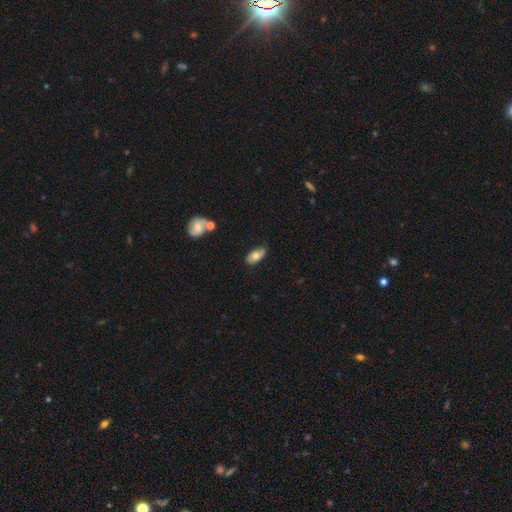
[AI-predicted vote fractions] A smooth galaxy with no disk features (63%) that is in between round and cigar-shaped (91%).

Vote fractions:
- Smooth or featured? smooth: 63% / featured or disk: 30% / star or artifact: 7%
- How rounded? in between: 91% / round: 5% / cigar-shaped: 4%
- Merging? none: 68% / minor disturbance: 24% / major disturbance: 5% / merger: 3%